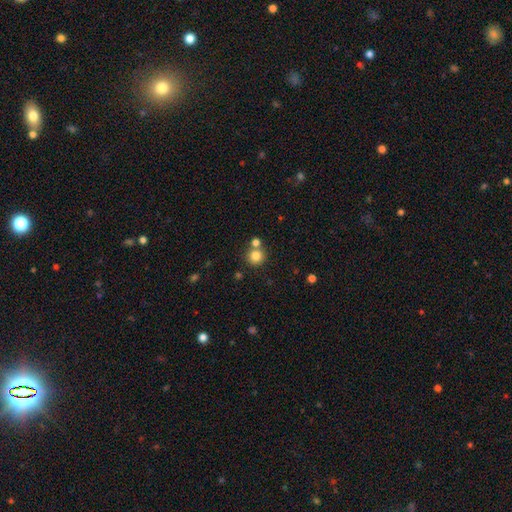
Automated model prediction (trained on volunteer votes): Overall: smooth (82%). How rounded: round (92%). Merging: none (68%).